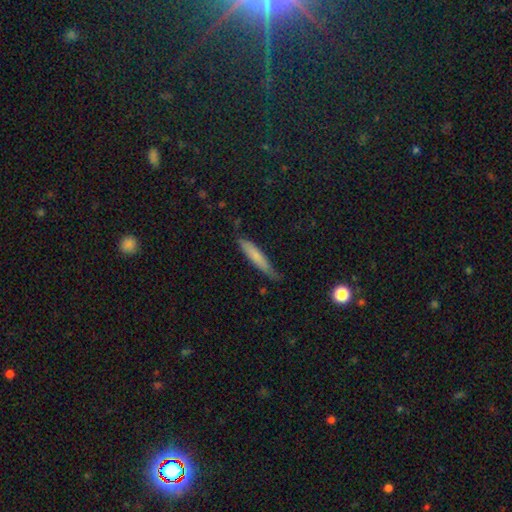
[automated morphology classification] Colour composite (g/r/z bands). It shows a smooth galaxy with no disk features (70%) that is cigar-shaped (89%). Merging: none (68%).